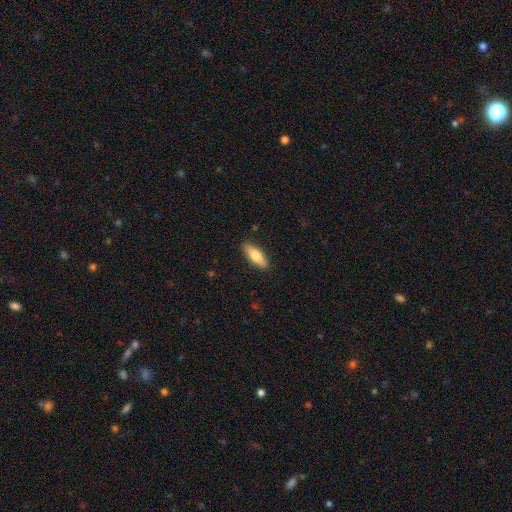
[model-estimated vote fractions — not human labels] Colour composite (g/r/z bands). It shows a smooth galaxy with no disk features (76%) that is in between round and cigar-shaped (61%). Merging: none (88%).